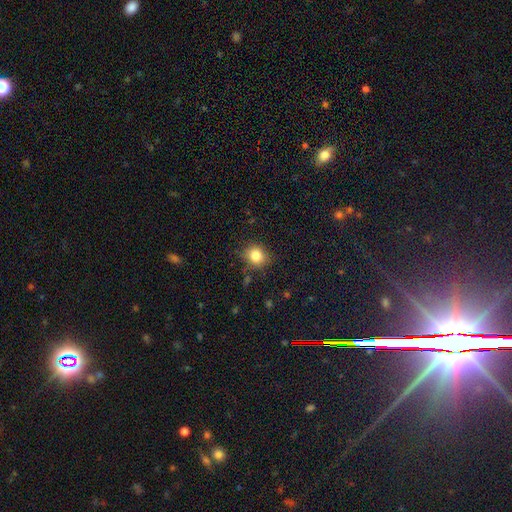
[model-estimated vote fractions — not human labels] smooth_or_featured: smooth (p=0.82) [alt: star or artifact p=0.11]
how_rounded: round (p=0.80) [alt: in between p=0.19]
merging: none (p=0.83) [alt: minor disturbance p=0.12]